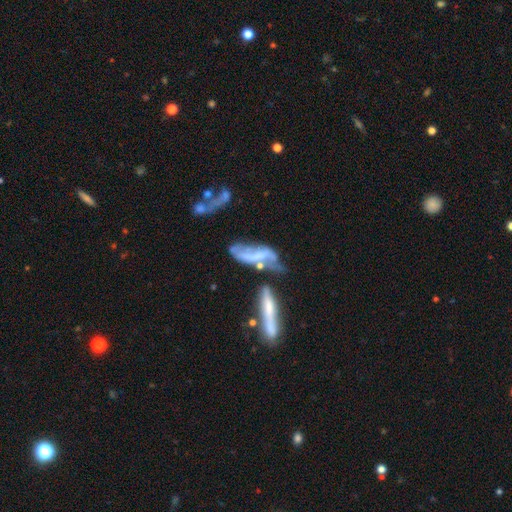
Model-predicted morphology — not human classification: This is likely a featured or disk galaxy (63%). It is likely not viewed edge-on (80%). Bar: marginally no (42%). Spiral arm pattern: likely yes (65%). Central bulge: possibly none (53%). Merging: marginally merger (32%).